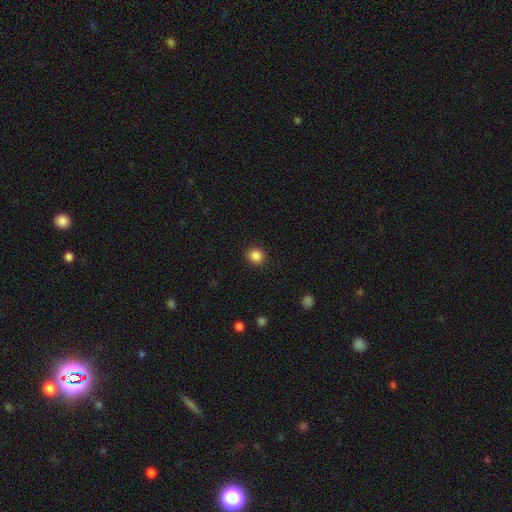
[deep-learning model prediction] Overall: smooth (86%). How rounded: round (81%). Merging: none (91%).